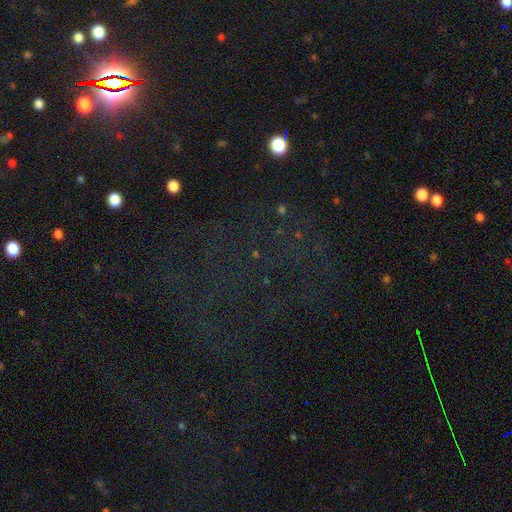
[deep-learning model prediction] Smooth or featured? star or artifact (68%)